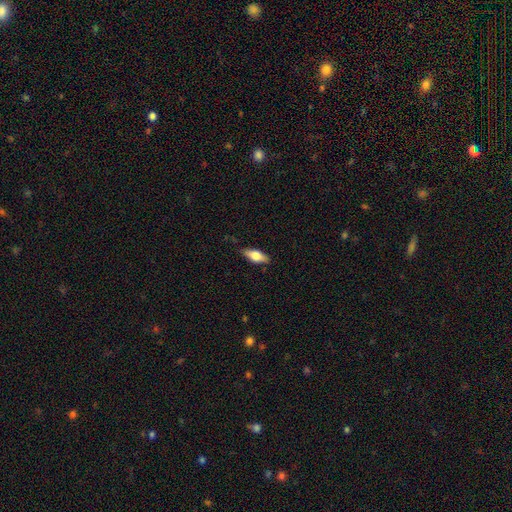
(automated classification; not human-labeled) smooth-or-featured: smooth: 63% | featured or disk: 31% | star or artifact: 7%
  how-rounded: in between: 72% | cigar-shaped: 25% | round: 3%
  merging: none: 83% | minor disturbance: 14% | major disturbance: 3% | merger: 1%